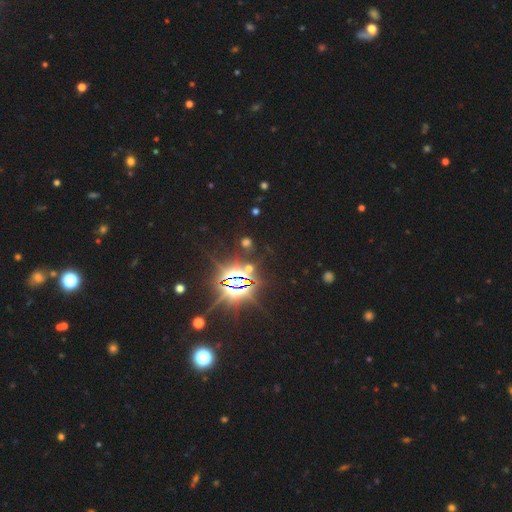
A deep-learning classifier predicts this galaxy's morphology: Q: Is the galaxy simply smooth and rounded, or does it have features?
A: star or artifact — 86%.